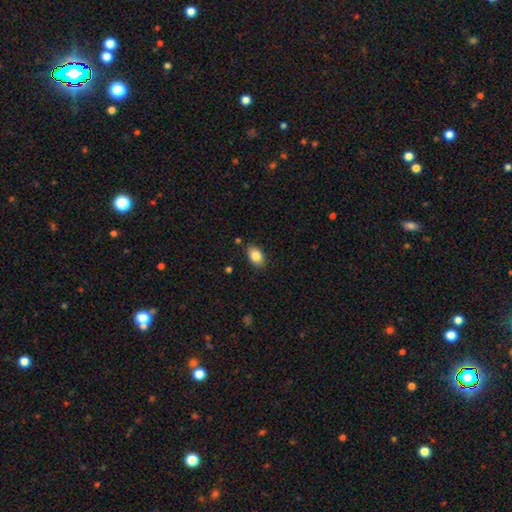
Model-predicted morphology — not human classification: Q: Smooth or featured?
A: smooth (84%); runner-up: featured or disk (9%)
Q: How rounded?
A: in between (90%); runner-up: round (9%)
Q: Merging?
A: none (85%); runner-up: minor disturbance (11%)